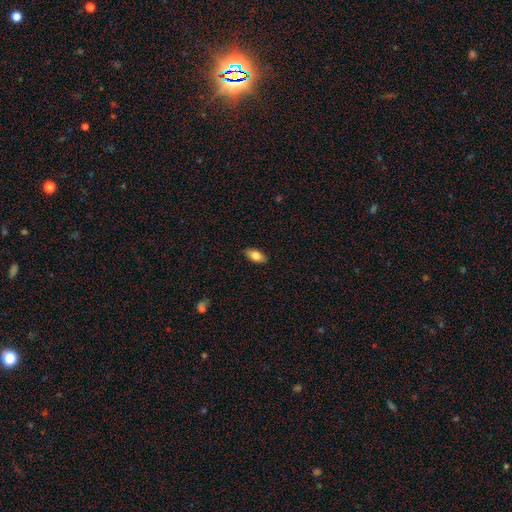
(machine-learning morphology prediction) This is likely a smooth galaxy (79%). How rounded: clearly in between (88%). Merging: clearly none (88%).